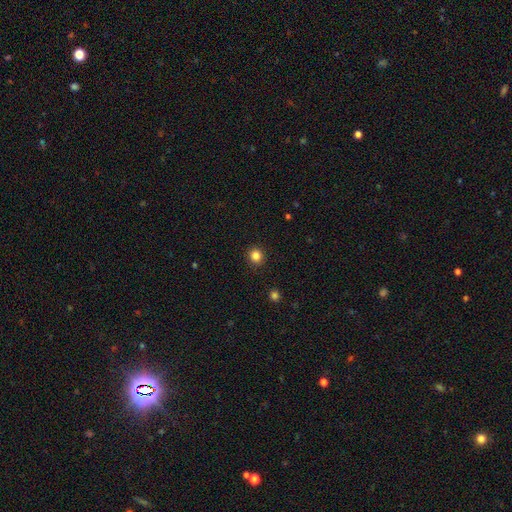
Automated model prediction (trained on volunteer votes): smooth-or-featured: smooth: 84% | star or artifact: 12% | featured or disk: 4%
  how-rounded: round: 88% | in between: 11% | cigar-shaped: 1%
  merging: none: 91% | minor disturbance: 6% | major disturbance: 2% | merger: 1%